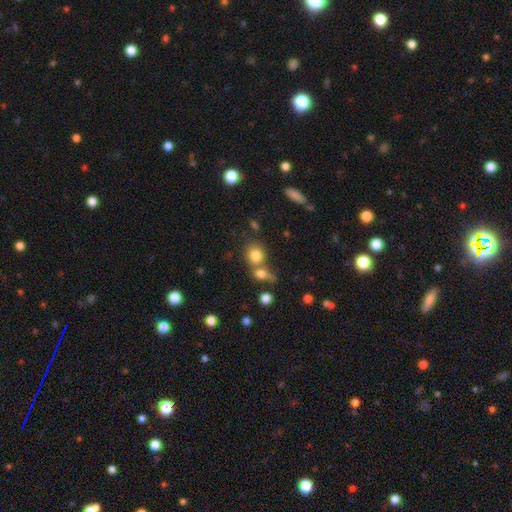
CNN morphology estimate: The model was most divided on "merging": none: 48%, merger: 38%, minor disturbance: 9%, major disturbance: 5%. More confident: smooth or featured — smooth (79%); how rounded — round (77%).